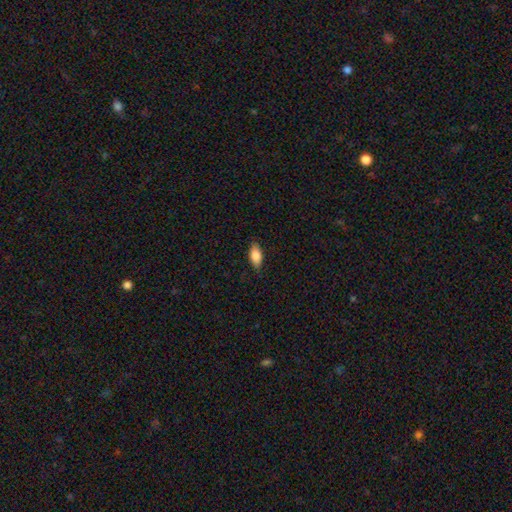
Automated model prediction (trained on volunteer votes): smooth_or_featured: smooth (p=0.82) [alt: featured or disk p=0.11]
how_rounded: in between (p=0.86) [alt: cigar-shaped p=0.11]
merging: none (p=0.84) [alt: minor disturbance p=0.12]